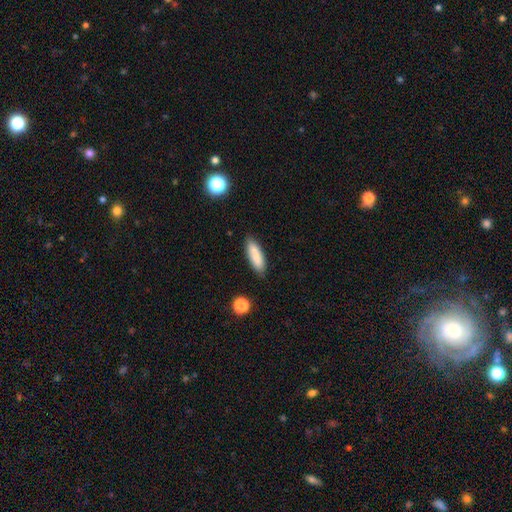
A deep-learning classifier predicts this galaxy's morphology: smooth 82%, featured or disk 11%, star or artifact 7%. Down the decision tree: how rounded — in between (53%); merging — none (84%).